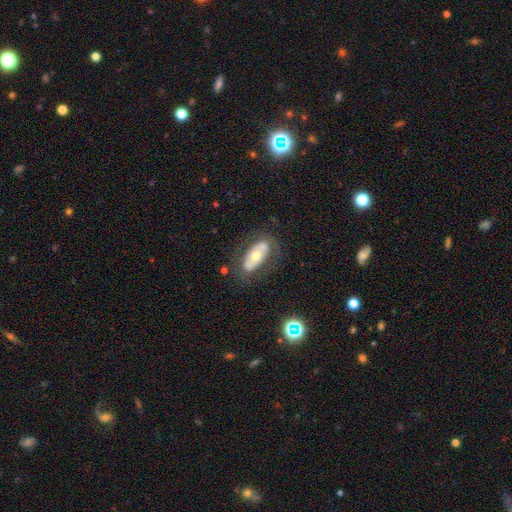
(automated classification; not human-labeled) Smooth or featured: featured or disk — 53% (smooth — 41%)
Edge-on disk: no — 87% (yes — 13%)
Merging: none — 72% (minor disturbance — 16%)